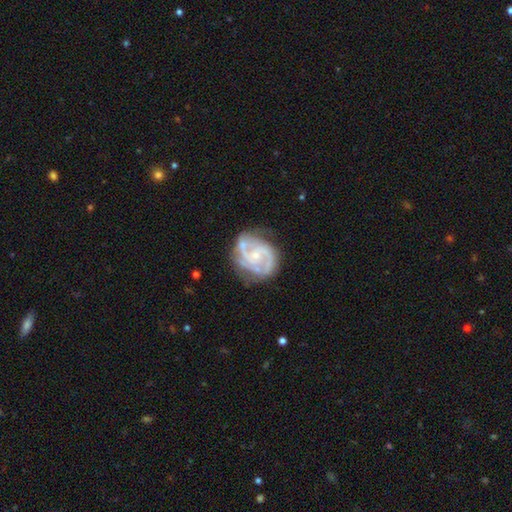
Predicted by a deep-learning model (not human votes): A featured or disk galaxy (89%) with no bar (62%), 2 (62%) medium (49%) spiral arms (97%) and a small central bulge (71%). Merging: none (66%).